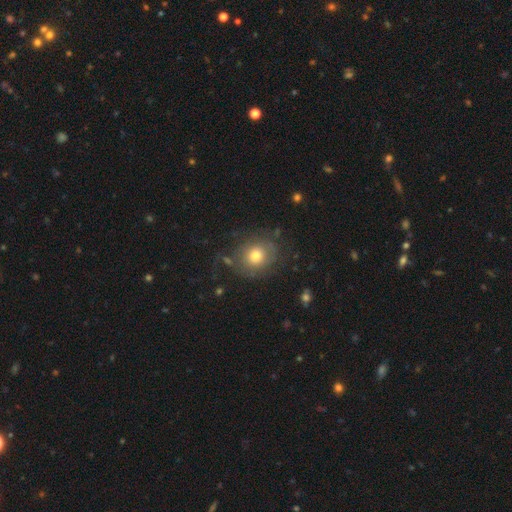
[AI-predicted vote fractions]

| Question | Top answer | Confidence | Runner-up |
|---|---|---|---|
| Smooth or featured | smooth | 67% | featured or disk (22%) |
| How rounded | round | 77% | in between (22%) |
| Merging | none | 73% | minor disturbance (16%) |